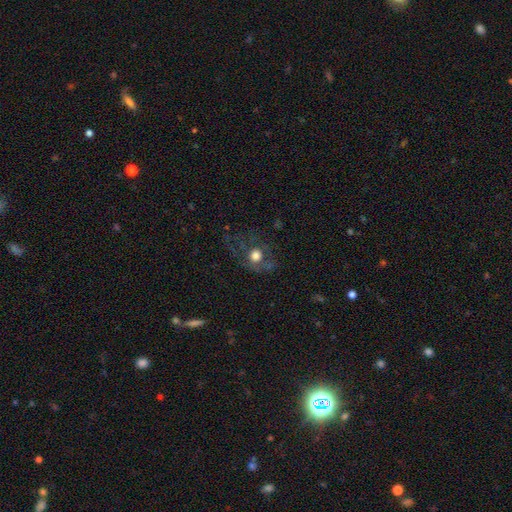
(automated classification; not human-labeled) Smooth or featured? Predicted: smooth (p=0.51). How rounded? Predicted: round (p=0.80). Merging? Predicted: none (p=0.56).